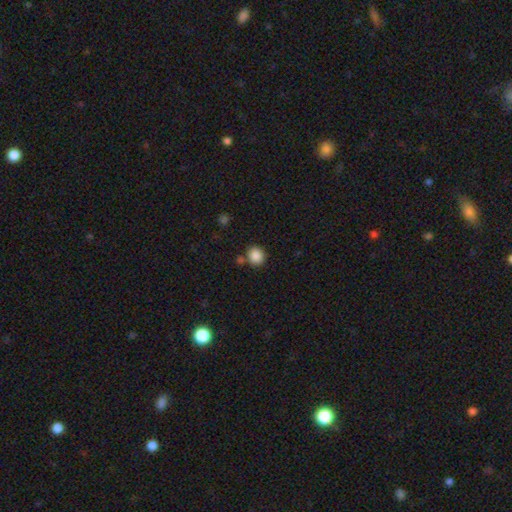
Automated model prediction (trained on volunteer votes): smooth-or-featured: smooth: 87% | star or artifact: 9% | featured or disk: 4%
  how-rounded: round: 76% | in between: 23% | cigar-shaped: 1%
  merging: none: 77% | merger: 10% | minor disturbance: 10% | major disturbance: 3%